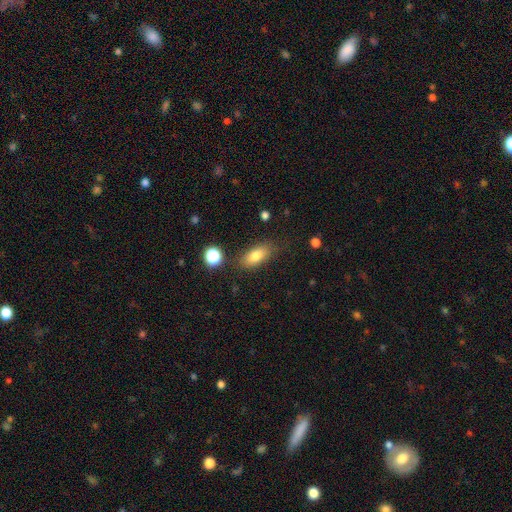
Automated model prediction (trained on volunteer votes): smooth_or_featured: smooth (p=0.78) [alt: featured or disk p=0.13]
how_rounded: in between (p=0.81) [alt: cigar-shaped p=0.12]
merging: none (p=0.80) [alt: minor disturbance p=0.13]